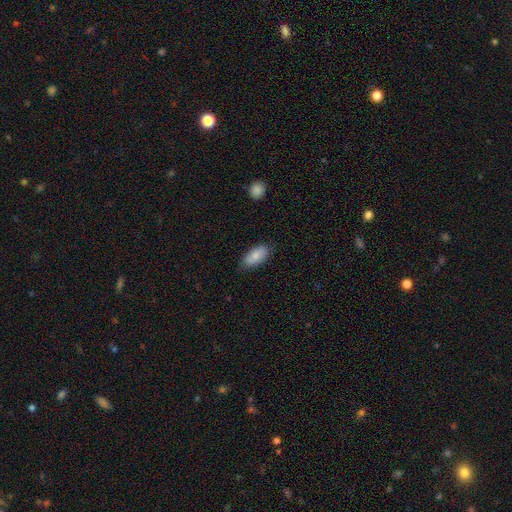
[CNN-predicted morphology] smooth_or_featured: smooth (p=0.81) [alt: featured or disk p=0.13]
how_rounded: in between (p=0.91) [alt: cigar-shaped p=0.06]
merging: none (p=0.79) [alt: minor disturbance p=0.17]